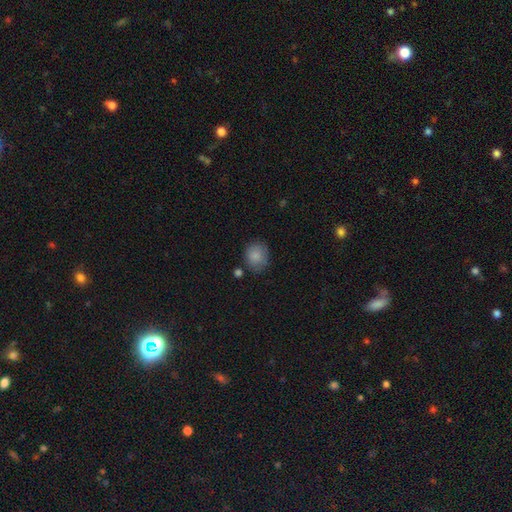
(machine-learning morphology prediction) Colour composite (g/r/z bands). It shows a smooth galaxy with no disk features (85%) that is round (63%). Merging: none (70%).